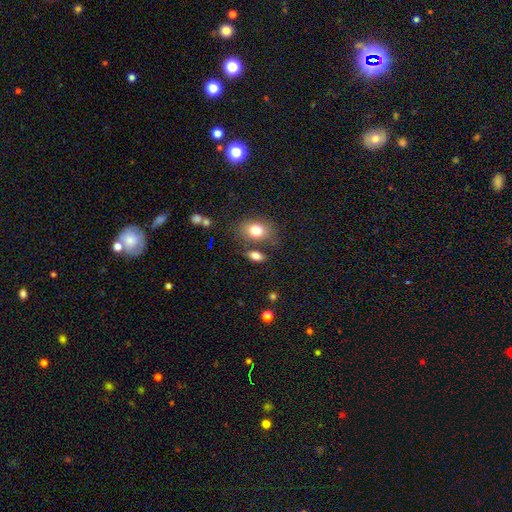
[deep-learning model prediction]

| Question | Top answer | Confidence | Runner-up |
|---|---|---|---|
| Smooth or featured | smooth | 77% | featured or disk (13%) |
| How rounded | in between | 79% | round (12%) |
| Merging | none | 71% | minor disturbance (13%) |